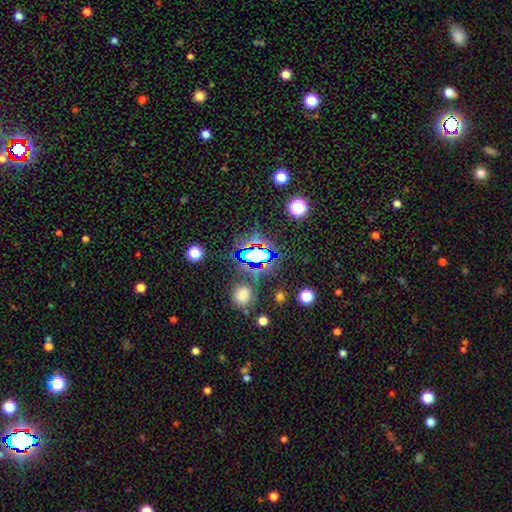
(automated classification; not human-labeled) Morphology: type=star or artifact (68%).